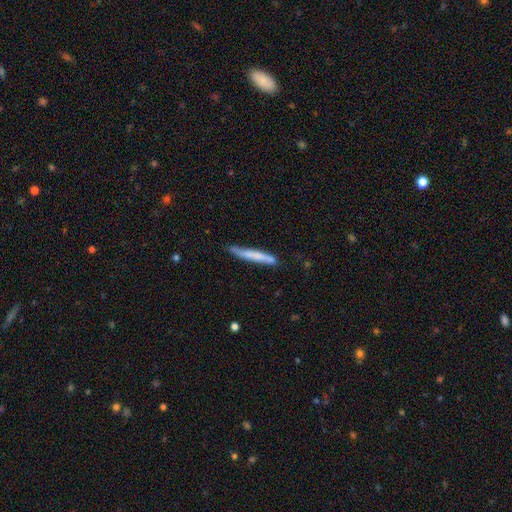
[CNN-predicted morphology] The model was most divided on "smooth or featured": smooth: 63%, featured or disk: 32%, star or artifact: 6%. More confident: how rounded — cigar-shaped (96%); merging — none (74%).